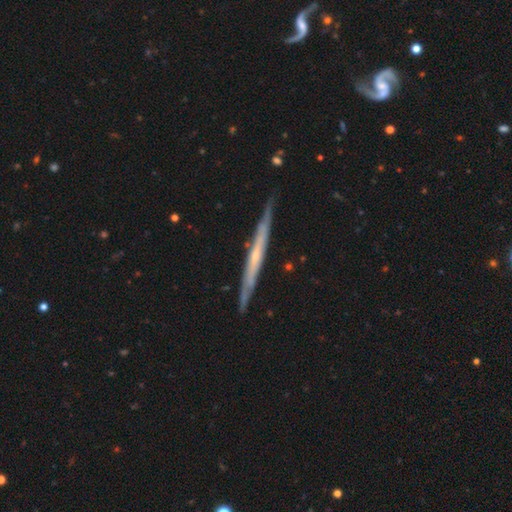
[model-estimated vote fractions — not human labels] Smooth or featured? featured or disk (71%)
Edge-on disk? yes (95%)
Edge-on bulge? none (69%)
Merging? none (85%)